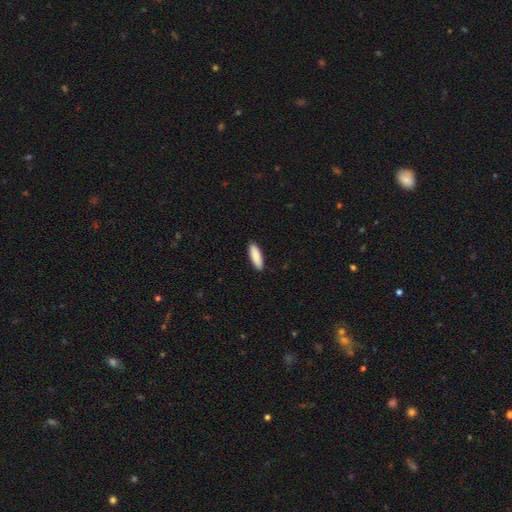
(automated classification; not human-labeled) A smooth galaxy with no disk features (89%) that is in between round and cigar-shaped (51%). Merging: none (90%).